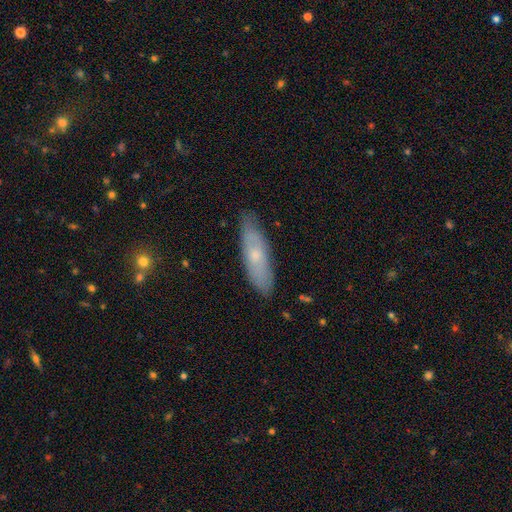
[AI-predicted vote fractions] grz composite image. It shows a smooth galaxy with no disk features (56%) that is cigar-shaped (53%). Merging: none (83%).